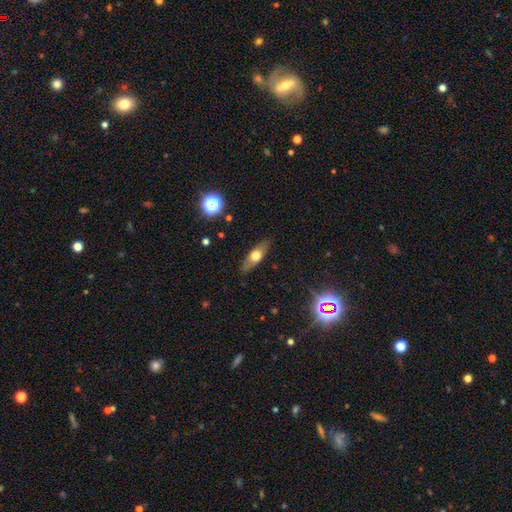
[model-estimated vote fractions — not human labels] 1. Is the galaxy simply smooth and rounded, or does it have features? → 54% smooth, 38% featured or disk, 8% star or artifact.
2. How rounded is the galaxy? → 58% in between, 37% cigar-shaped, 5% round.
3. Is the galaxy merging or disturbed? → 85% none, 11% minor disturbance, 3% major disturbance, 1% merger.